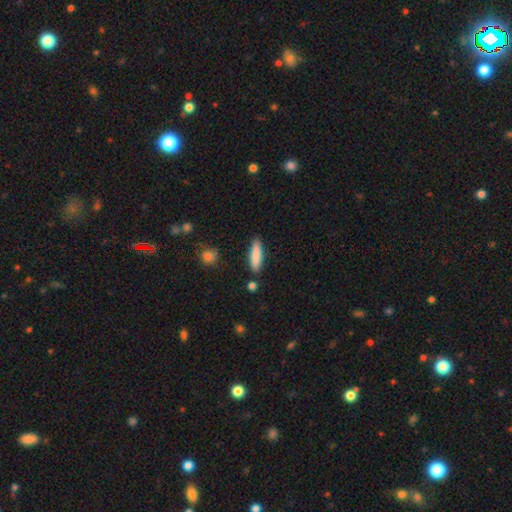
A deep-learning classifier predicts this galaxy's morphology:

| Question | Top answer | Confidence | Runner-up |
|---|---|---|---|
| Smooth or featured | smooth | 85% | featured or disk (9%) |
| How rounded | cigar-shaped | 69% | in between (29%) |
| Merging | none | 85% | minor disturbance (10%) |